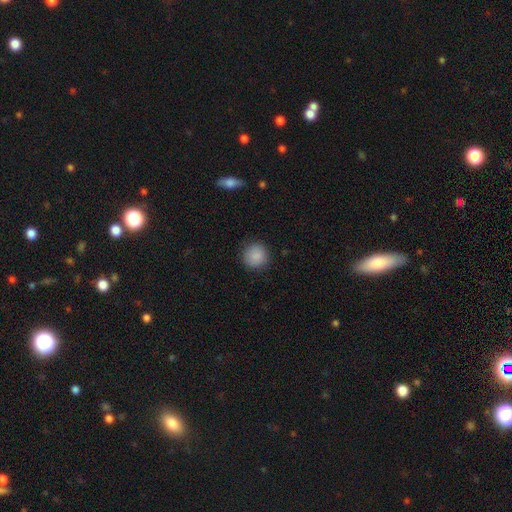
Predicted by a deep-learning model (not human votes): A smooth galaxy with no disk features (88%) that is round (93%).

Vote fractions:
- Smooth or featured? smooth: 88% / star or artifact: 8% / featured or disk: 4%
- How rounded? round: 93% / in between: 6% / cigar-shaped: 1%
- Merging? none: 88% / minor disturbance: 8% / major disturbance: 3% / merger: 1%